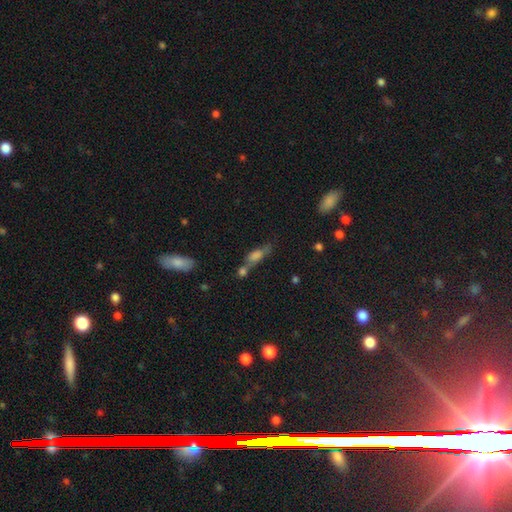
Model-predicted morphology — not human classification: Smooth or featured? smooth (61%)
How rounded? in between (50%)
Merging? none (38%)